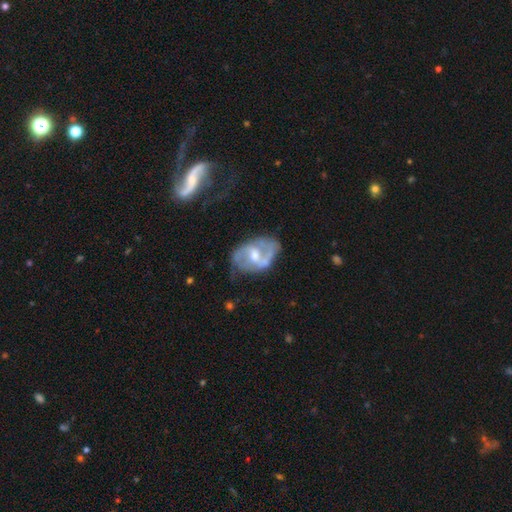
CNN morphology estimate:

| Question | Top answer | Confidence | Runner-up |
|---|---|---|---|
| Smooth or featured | featured or disk | 77% | smooth (18%) |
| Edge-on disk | no | 96% | yes (4%) |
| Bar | weak | 51% | no (32%) |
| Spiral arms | yes | 80% | no (20%) |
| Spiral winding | medium | 49% | loose (29%) |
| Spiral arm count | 2 | 76% | can't tell (14%) |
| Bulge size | moderate | 63% | small (21%) |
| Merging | none | 55% | minor disturbance (26%) |